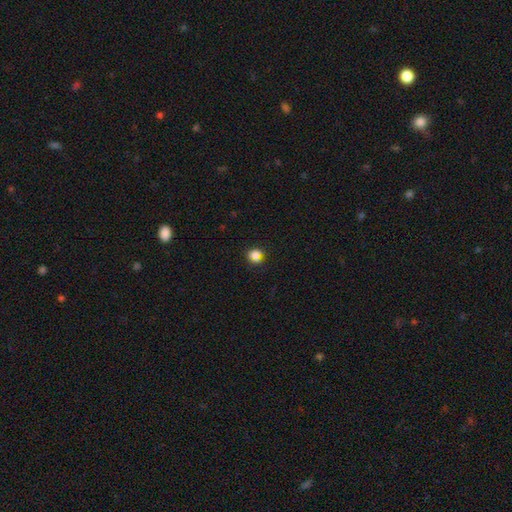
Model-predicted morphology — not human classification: This appears to be a smooth galaxy with no disk features (75%) that is round (79%). Merging: none (74%).